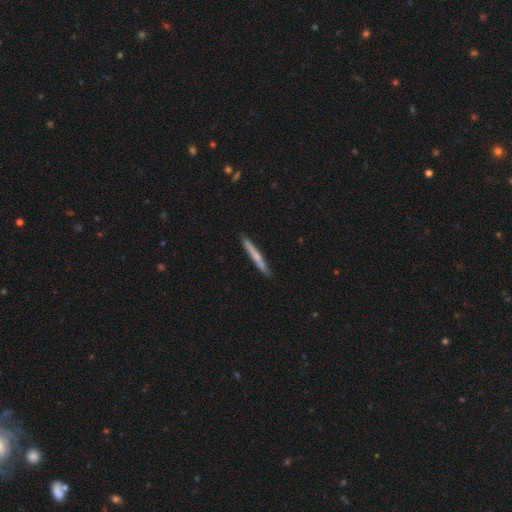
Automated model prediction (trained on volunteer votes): smooth-or-featured: smooth: 58% | featured or disk: 36% | star or artifact: 6%
  how-rounded: cigar-shaped: 97% | in between: 2% | round: 1%
  merging: none: 90% | minor disturbance: 8% | major disturbance: 1% | merger: 1%